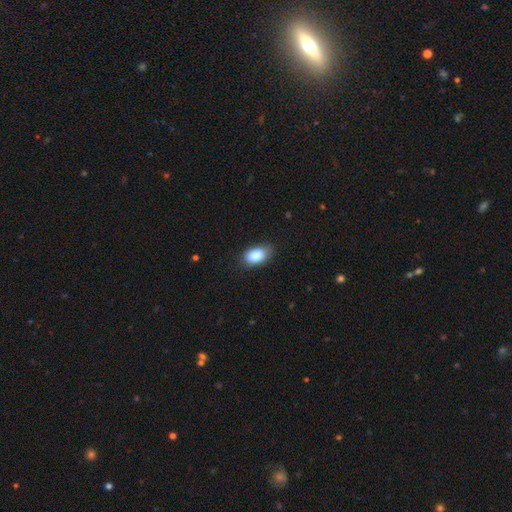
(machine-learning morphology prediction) Smooth or featured: smooth — 87% (star or artifact — 7%)
How rounded: in between — 91% (round — 7%)
Merging: none — 78% (minor disturbance — 18%)